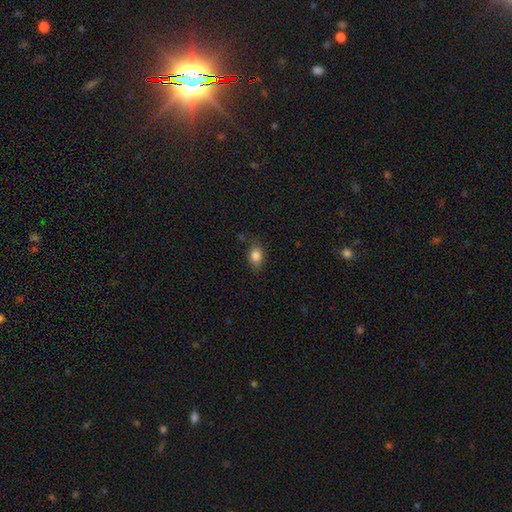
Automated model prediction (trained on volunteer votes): This is clearly a smooth galaxy (85%). How rounded: likely in between (77%). Merging: likely none (77%).